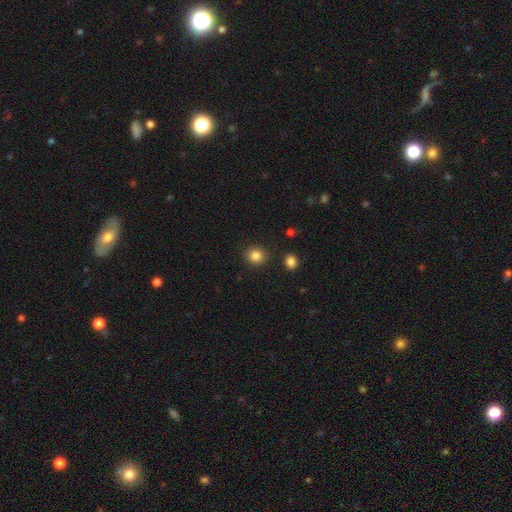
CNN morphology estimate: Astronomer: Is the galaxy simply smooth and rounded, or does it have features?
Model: smooth — 85%.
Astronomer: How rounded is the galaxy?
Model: round — 84%.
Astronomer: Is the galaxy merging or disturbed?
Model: none — 88%.